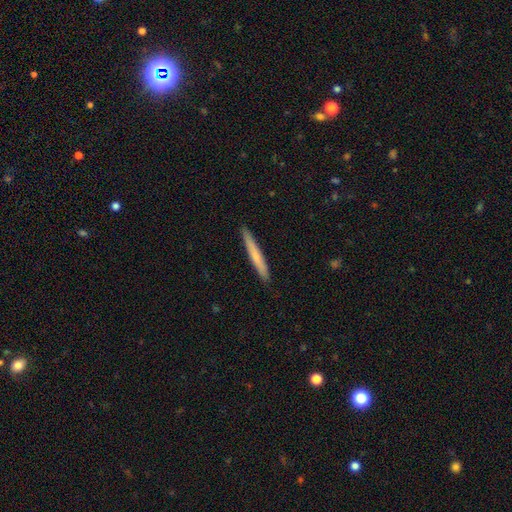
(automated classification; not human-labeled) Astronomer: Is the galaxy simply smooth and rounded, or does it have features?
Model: smooth — 62%.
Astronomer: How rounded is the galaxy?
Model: cigar-shaped — 96%.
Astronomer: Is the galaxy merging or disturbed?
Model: none — 91%.